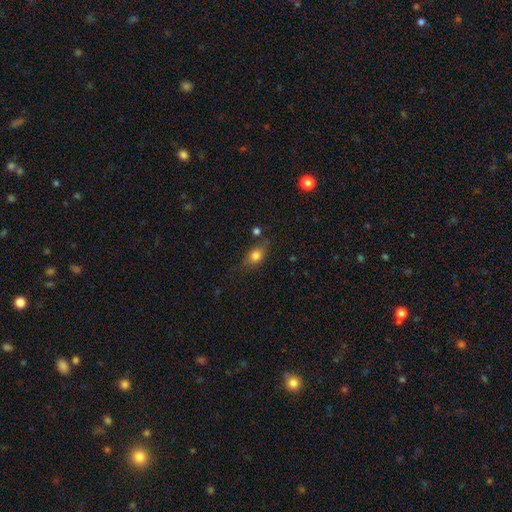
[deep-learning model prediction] A smooth galaxy with no disk features (75%) that is in between round and cigar-shaped (61%).

Vote fractions:
- Smooth or featured? smooth: 75% / featured or disk: 14% / star or artifact: 11%
- How rounded? in between: 61% / round: 33% / cigar-shaped: 5%
- Merging? none: 65% / minor disturbance: 22% / major disturbance: 7% / merger: 6%